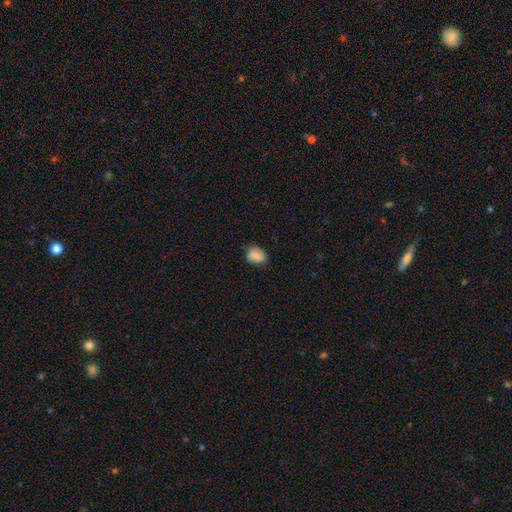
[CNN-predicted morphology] This appears to be a smooth galaxy with no disk features (81%) that is in between round and cigar-shaped (58%). Merging: none (73%).